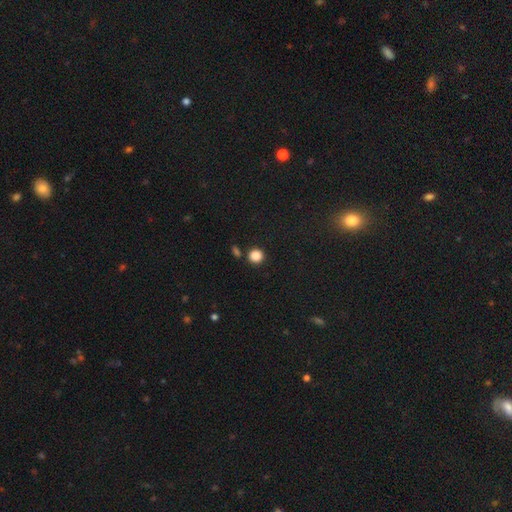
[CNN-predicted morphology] This appears to be a smooth galaxy with no disk features (86%) that is round (89%). Merging: none (83%).